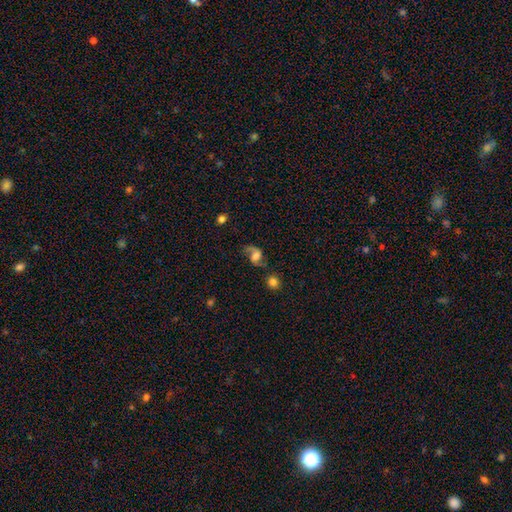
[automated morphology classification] The model was most divided on "bulge size": moderate: 35%, large: 29%, small: 17%, none: 15%, dominant: 4%. More confident: edge-on disk — no (97%); spiral arms — yes (94%); spiral arm count — 2 (86%); smooth or featured — featured or disk (73%); spiral winding — loose (64%); merging — none (63%); bar — no (51%).